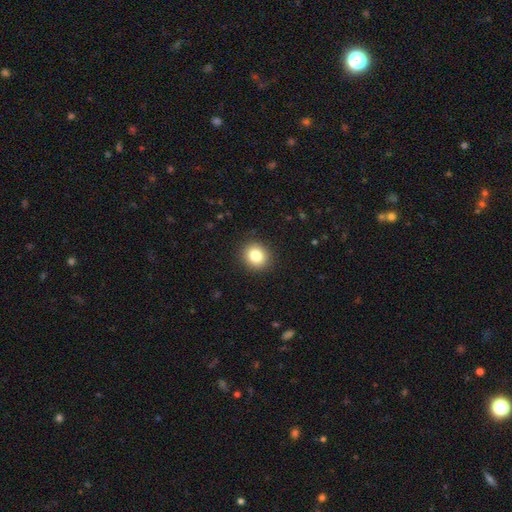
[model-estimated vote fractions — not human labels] Overall: smooth (83%). How rounded: round (78%). Merging: none (90%).